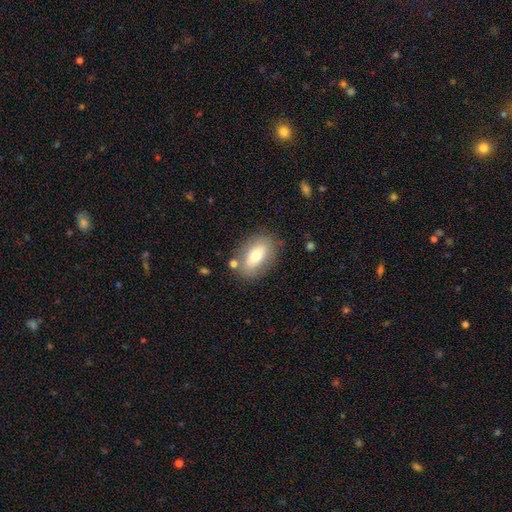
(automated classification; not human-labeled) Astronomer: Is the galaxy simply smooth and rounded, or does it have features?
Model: smooth — 70%.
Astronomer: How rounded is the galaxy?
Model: in between — 88%.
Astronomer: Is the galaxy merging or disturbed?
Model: none — 78%.